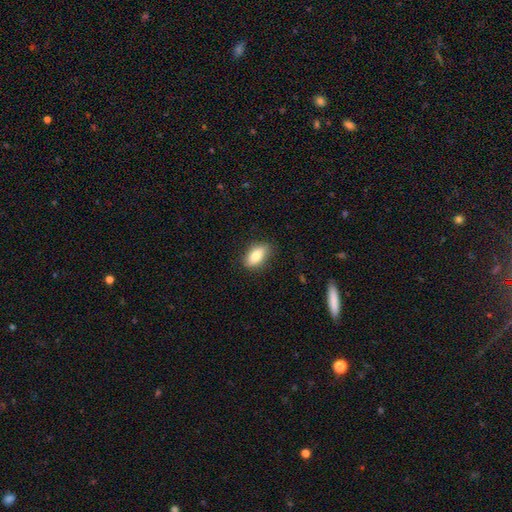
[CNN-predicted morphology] smooth_or_featured: smooth (p=0.80) [alt: featured or disk p=0.13]
how_rounded: in between (p=0.85) [alt: cigar-shaped p=0.09]
merging: none (p=0.82) [alt: minor disturbance p=0.14]